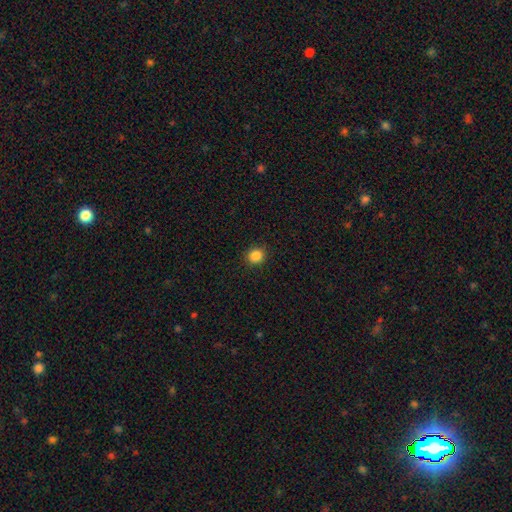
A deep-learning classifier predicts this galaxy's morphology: type=smooth (86%); roundness=round (86%); merging=none (92%).